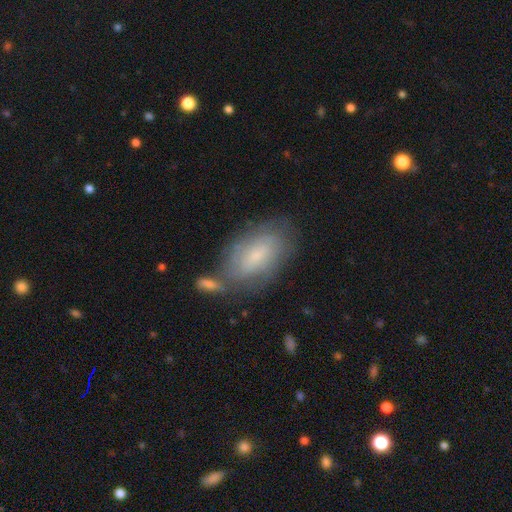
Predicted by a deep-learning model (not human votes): Q: Smooth or featured?
A: smooth (51%); runner-up: featured or disk (40%)
Q: How rounded?
A: in between (91%); runner-up: round (5%)
Q: Merging?
A: none (60%); runner-up: minor disturbance (19%)